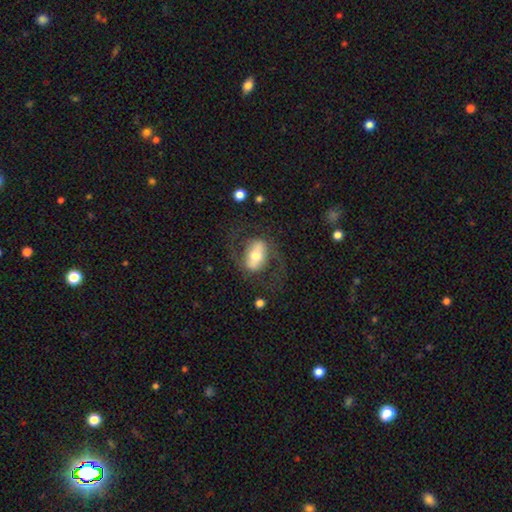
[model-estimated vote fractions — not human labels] This is likely a featured or disk galaxy (61%). It is clearly not viewed edge-on (91%). Bar: possibly strong (49%). Spiral arm pattern: likely yes (62%). Central bulge: likely moderate (65%). Merging: likely none (65%).